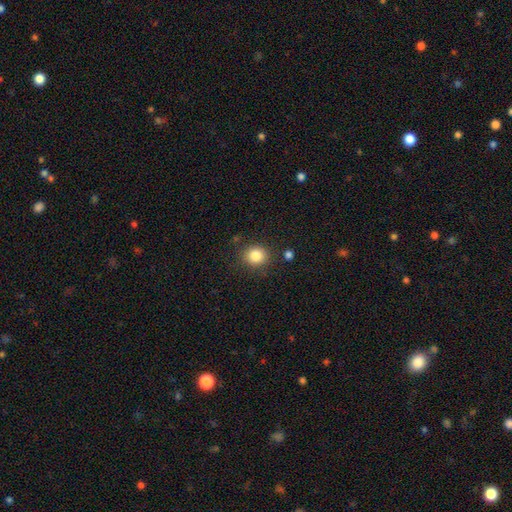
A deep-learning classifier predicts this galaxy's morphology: smooth_or_featured: smooth (p=0.85) [alt: star or artifact p=0.10]
how_rounded: round (p=0.82) [alt: in between p=0.17]
merging: none (p=0.84) [alt: minor disturbance p=0.09]